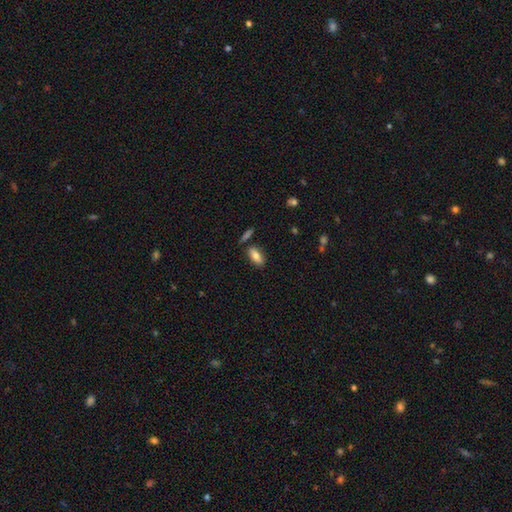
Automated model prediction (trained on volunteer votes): Smooth or featured?
  - smooth: 79% *
  - featured or disk: 14%
  - star or artifact: 7%
How rounded?
  - in between: 86% *
  - cigar-shaped: 12%
  - round: 3%
Merging?
  - none: 80% *
  - minor disturbance: 12%
  - merger: 6%
  - major disturbance: 3%